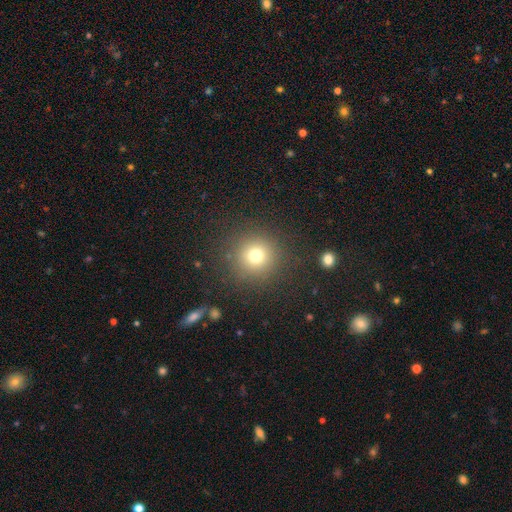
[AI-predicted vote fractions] Smooth or featured?
  - smooth: 74% *
  - star or artifact: 17%
  - featured or disk: 10%
How rounded?
  - round: 94% *
  - in between: 5%
  - cigar-shaped: 1%
Merging?
  - none: 87% *
  - minor disturbance: 7%
  - major disturbance: 4%
  - merger: 2%